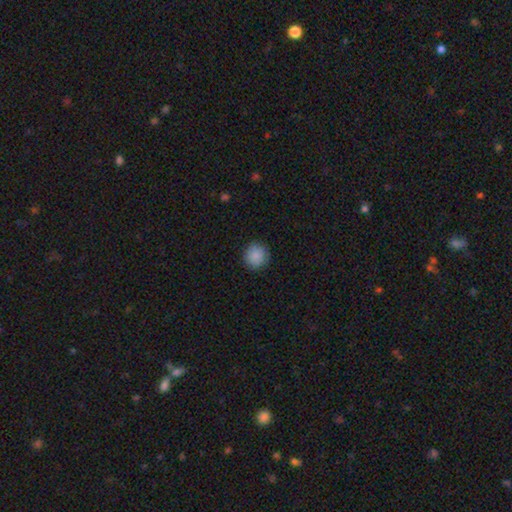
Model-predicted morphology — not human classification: smooth 88%, star or artifact 8%, featured or disk 4%. Down the decision tree: how rounded — round (91%); merging — none (88%).